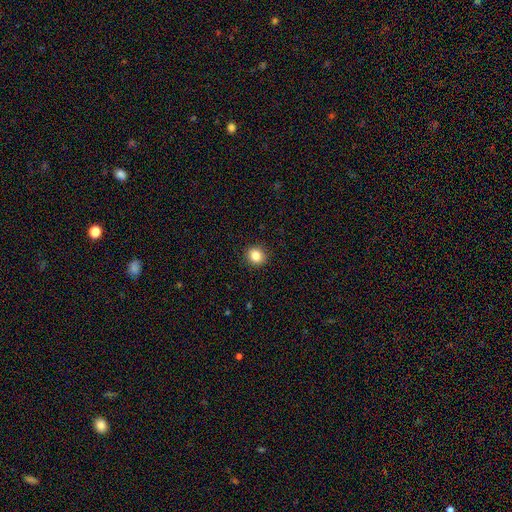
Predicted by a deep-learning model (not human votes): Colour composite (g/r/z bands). It shows a smooth galaxy with no disk features (85%) that is round (87%). Merging: none (92%).